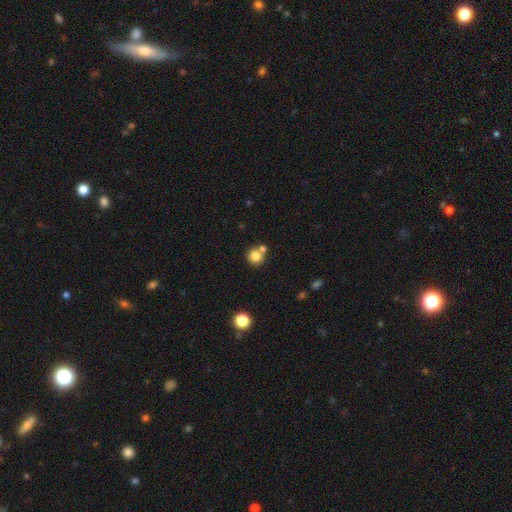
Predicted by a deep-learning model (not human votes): smooth 81%, star or artifact 11%, featured or disk 8%. Down the decision tree: how rounded — round (90%); merging — none (61%).